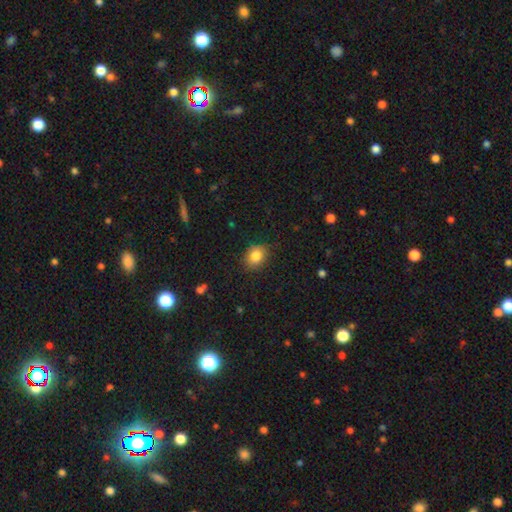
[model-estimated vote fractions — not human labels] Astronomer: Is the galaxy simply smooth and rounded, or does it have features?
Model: smooth — 84%.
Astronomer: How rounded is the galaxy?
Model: round — 51% (runner-up: in between, 48%).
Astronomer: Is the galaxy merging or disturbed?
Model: none — 80%.